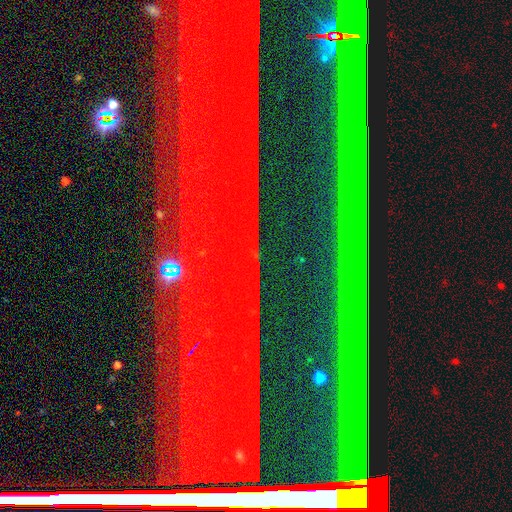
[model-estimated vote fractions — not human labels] This appears to be a star or artifact, not a galaxy (86%).